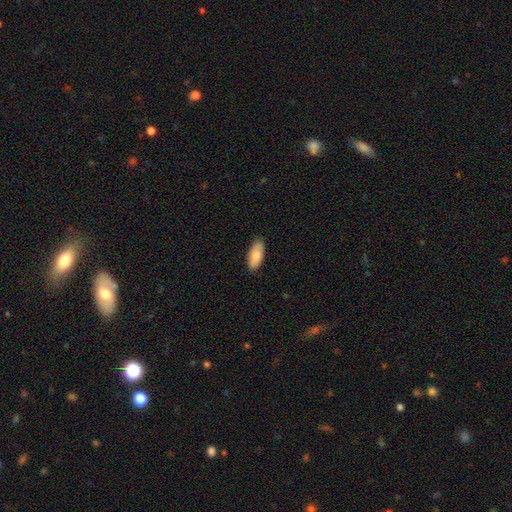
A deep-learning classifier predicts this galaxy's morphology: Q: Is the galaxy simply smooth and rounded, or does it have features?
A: smooth — 84%.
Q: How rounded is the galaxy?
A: in between — 86%.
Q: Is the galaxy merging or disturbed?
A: none — 87%.